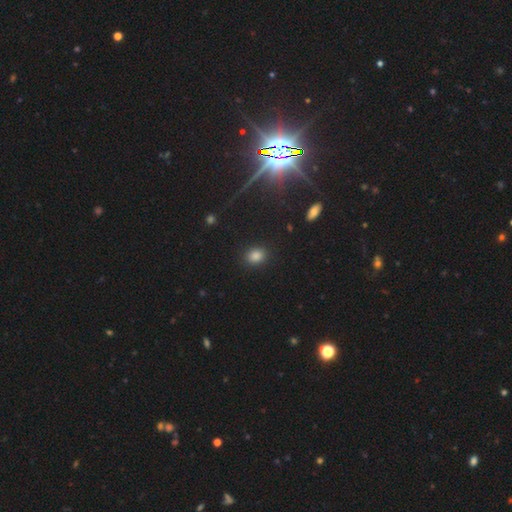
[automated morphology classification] Smooth or featured? smooth (81%)
How rounded? round (50%)
Merging? none (89%)